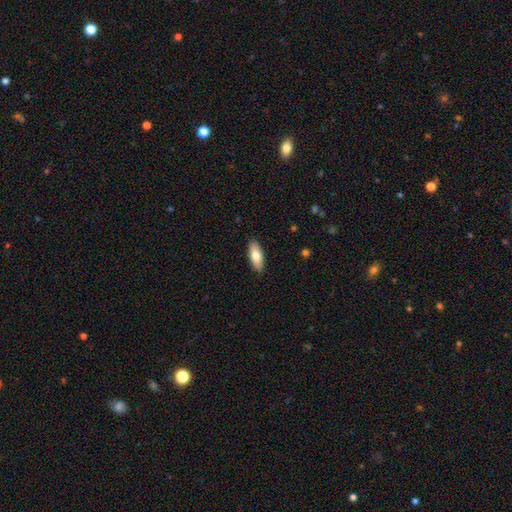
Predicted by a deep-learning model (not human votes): The model was most divided on "how rounded": in between: 77%, cigar-shaped: 20%, round: 2%. More confident: merging — none (90%); smooth or featured — smooth (77%).